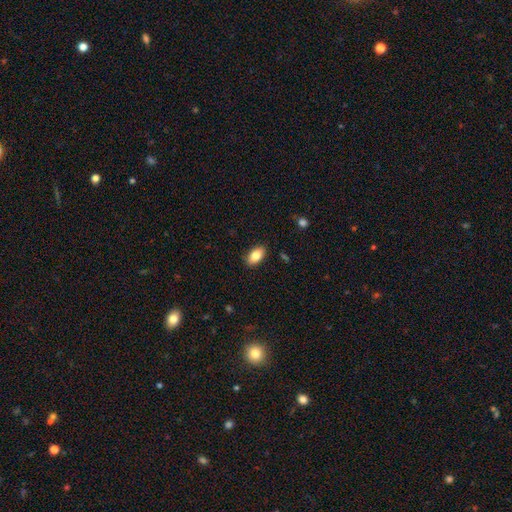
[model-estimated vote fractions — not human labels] A smooth galaxy with no disk features (82%) that is in between round and cigar-shaped (92%). Merging: none (87%).